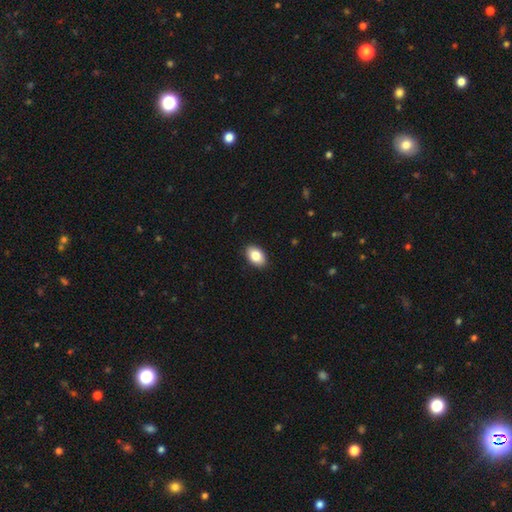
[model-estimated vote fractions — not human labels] Morphology: type=smooth (84%); roundness=in between (89%); merging=none (90%).